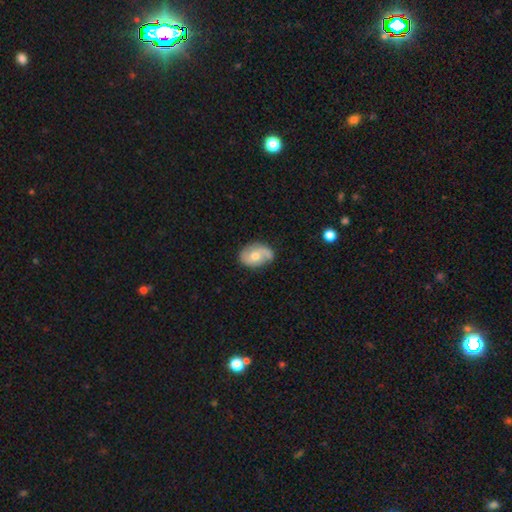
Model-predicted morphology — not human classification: Smooth or featured?
  - featured or disk: 50% *
  - smooth: 43%
  - star or artifact: 7%
Merging?
  - none: 64% *
  - minor disturbance: 26%
  - major disturbance: 7%
  - merger: 3%